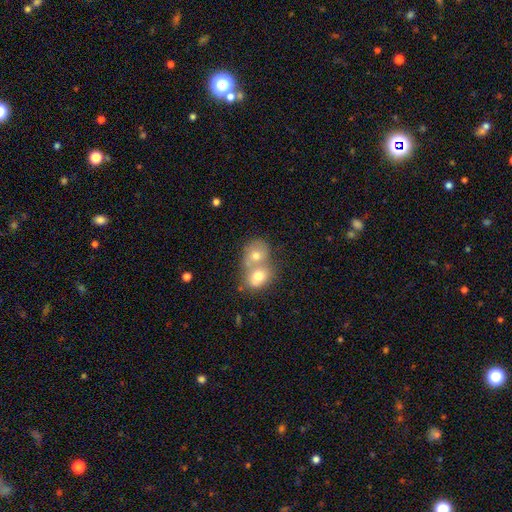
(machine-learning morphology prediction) smooth 70%, featured or disk 21%, star or artifact 9%. Down the decision tree: how rounded — round (59%); merging — merger (72%).